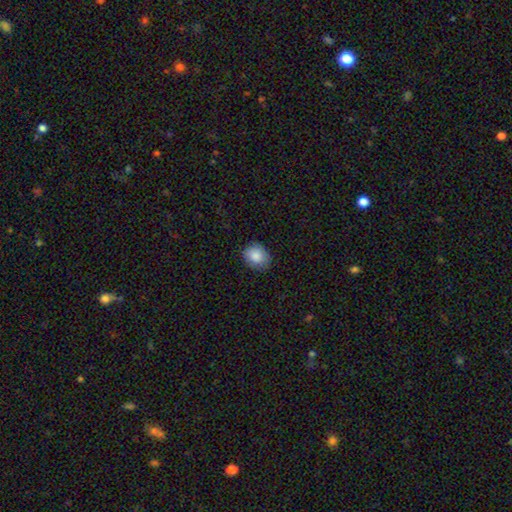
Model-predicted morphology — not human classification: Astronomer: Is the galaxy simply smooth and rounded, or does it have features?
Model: smooth — 85%.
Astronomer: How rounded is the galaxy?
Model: round — 61% (runner-up: in between, 38%).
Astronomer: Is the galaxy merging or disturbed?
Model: none — 82%.